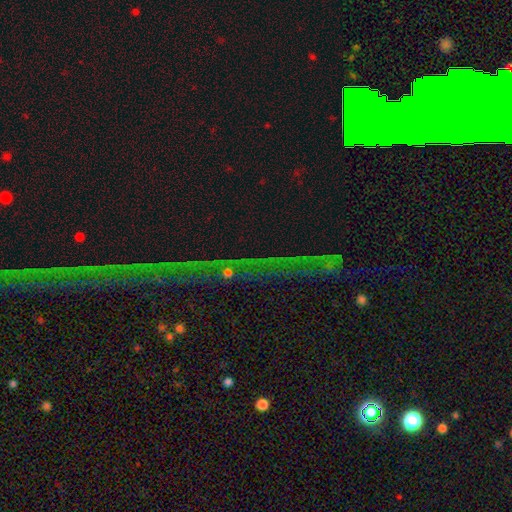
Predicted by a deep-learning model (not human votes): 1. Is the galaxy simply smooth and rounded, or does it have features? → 72% star or artifact, 16% featured or disk, 11% smooth.